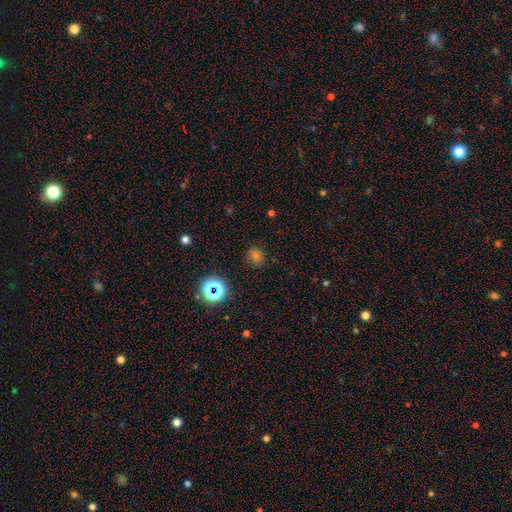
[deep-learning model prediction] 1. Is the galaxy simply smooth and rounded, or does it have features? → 66% smooth, 27% star or artifact, 8% featured or disk.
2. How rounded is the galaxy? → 82% round, 17% in between, 1% cigar-shaped.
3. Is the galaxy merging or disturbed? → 85% none, 10% minor disturbance, 3% major disturbance, 2% merger.